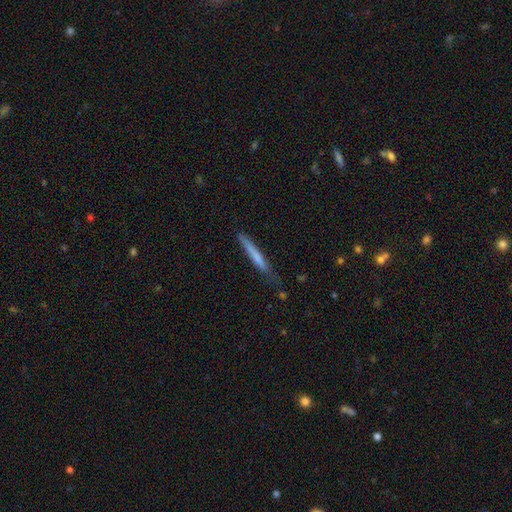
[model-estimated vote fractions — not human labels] A smooth galaxy with no disk features (63%) that is cigar-shaped (96%). Merging: none (73%).